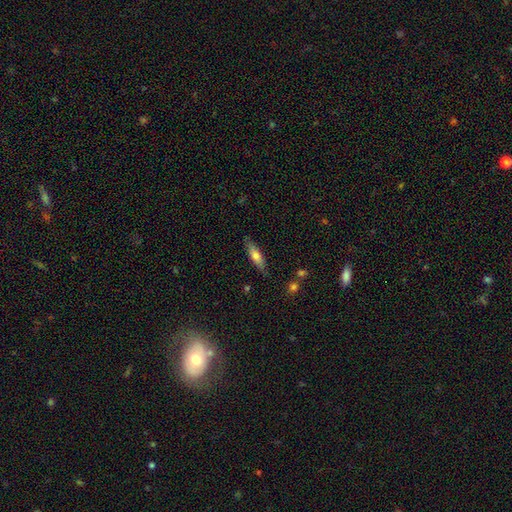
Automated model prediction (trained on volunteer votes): This is likely a smooth galaxy (63%). How rounded: likely cigar-shaped (67%). Merging: clearly none (83%).